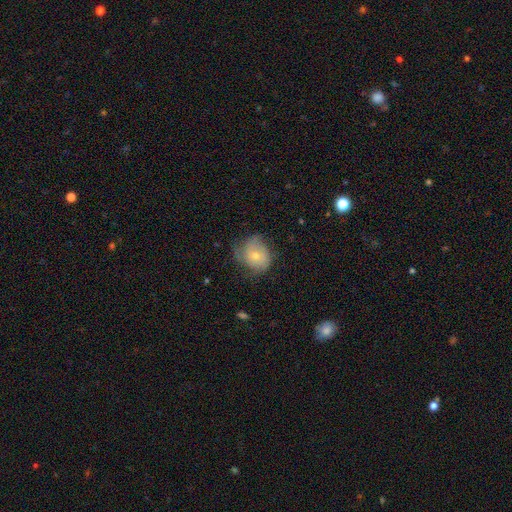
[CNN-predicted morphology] Smooth or featured? smooth (53%)
How rounded? round (63%)
Merging? none (47%)